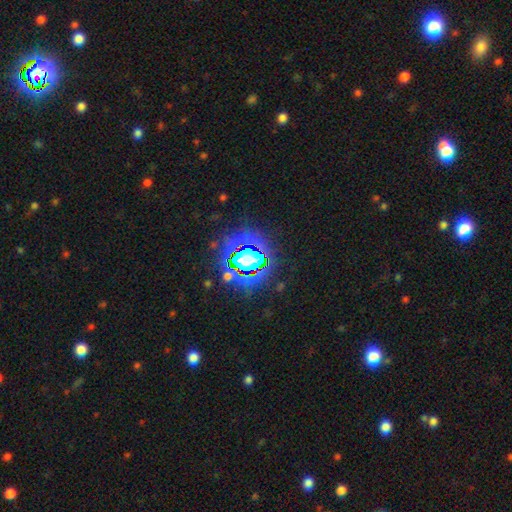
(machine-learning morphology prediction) Smooth or featured? star or artifact (67%)